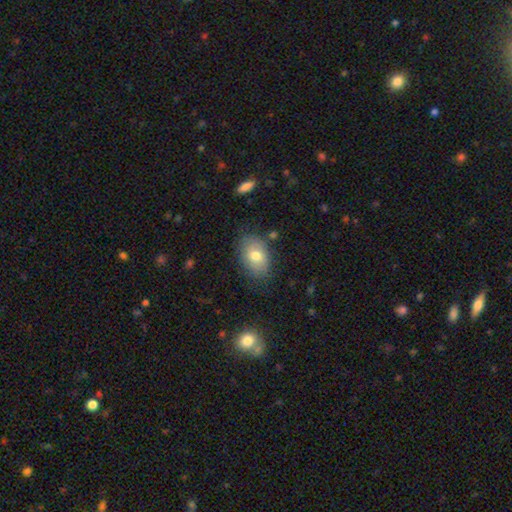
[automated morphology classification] type=smooth (74%); roundness=in between (84%); merging=none (78%).